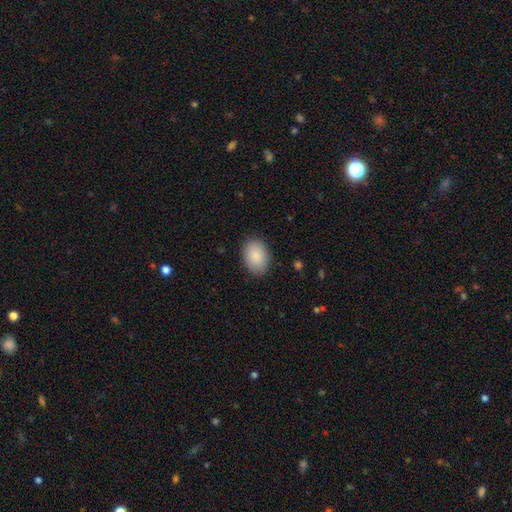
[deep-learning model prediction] Smooth or featured: smooth — 88% (star or artifact — 7%)
How rounded: in between — 79% (round — 20%)
Merging: none — 86% (minor disturbance — 10%)